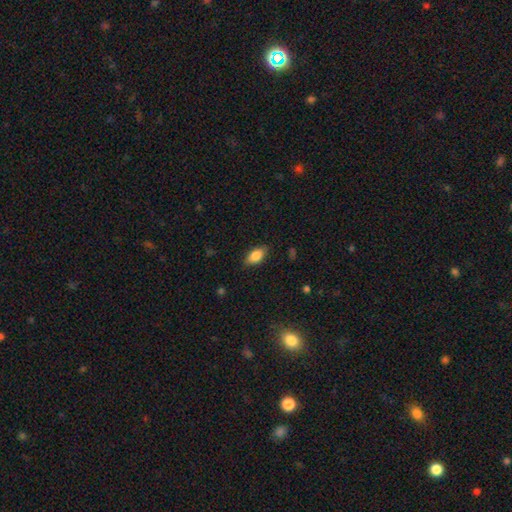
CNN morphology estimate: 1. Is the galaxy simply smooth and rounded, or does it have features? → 83% smooth, 10% featured or disk, 7% star or artifact.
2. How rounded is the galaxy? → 89% in between, 6% cigar-shaped, 5% round.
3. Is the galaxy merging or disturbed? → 83% none, 13% minor disturbance, 3% major disturbance, 1% merger.